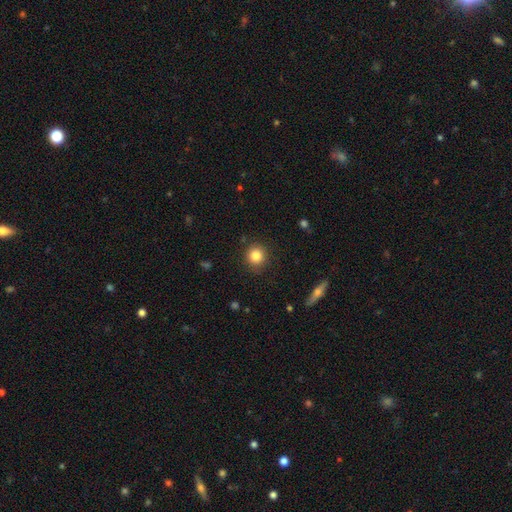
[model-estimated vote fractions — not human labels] A smooth galaxy with no disk features (84%) that is round (92%).

Vote fractions:
- Smooth or featured? smooth: 84% / star or artifact: 10% / featured or disk: 6%
- How rounded? round: 92% / in between: 7% / cigar-shaped: 1%
- Merging? none: 90% / minor disturbance: 7% / major disturbance: 2% / merger: 1%